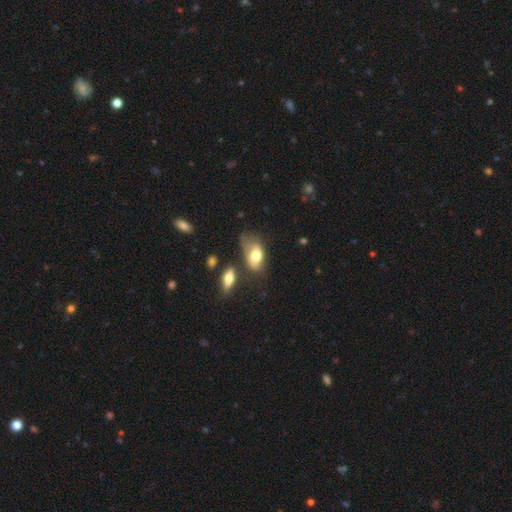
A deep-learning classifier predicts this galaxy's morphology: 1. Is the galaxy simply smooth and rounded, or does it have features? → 69% smooth, 23% featured or disk, 8% star or artifact.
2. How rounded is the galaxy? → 90% in between, 7% round, 3% cigar-shaped.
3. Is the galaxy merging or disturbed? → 33% minor disturbance, 30% none, 27% major disturbance, 10% merger.